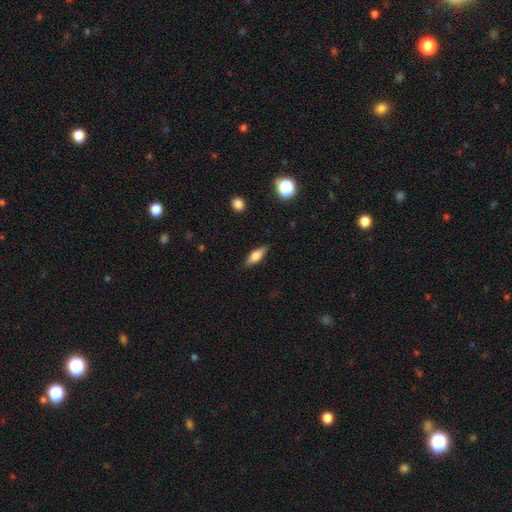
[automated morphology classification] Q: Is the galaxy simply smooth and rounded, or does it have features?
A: smooth — 56%.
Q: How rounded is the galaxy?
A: in between — 56%.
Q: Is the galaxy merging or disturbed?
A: none — 85%.